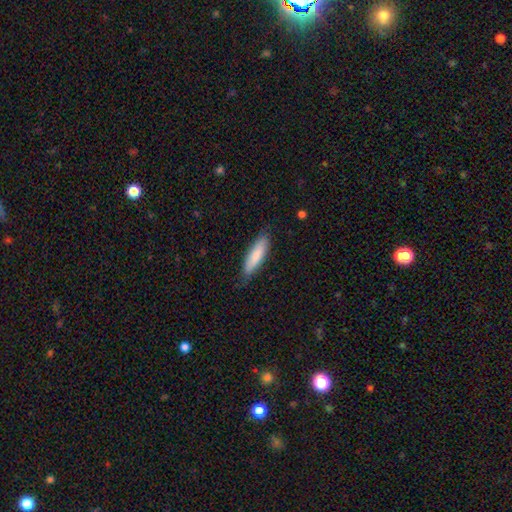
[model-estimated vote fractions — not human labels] This appears to be a smooth galaxy with no disk features (81%) that is cigar-shaped (63%). Merging: none (81%).